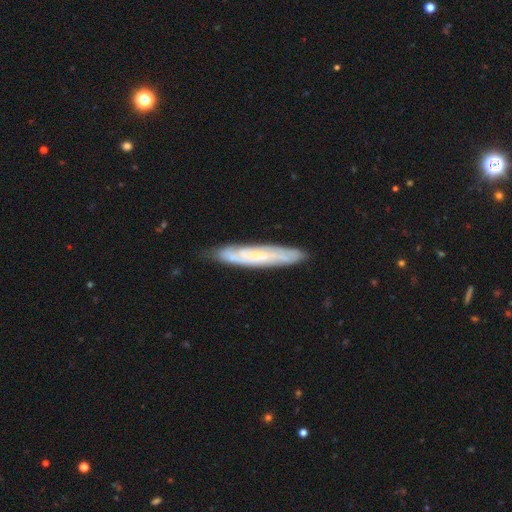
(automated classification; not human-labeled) smooth_or_featured: featured or disk (p=0.58) [alt: smooth p=0.36]
disk_edge_on: yes (p=0.55) [alt: no p=0.45]
merging: none (p=0.81) [alt: minor disturbance p=0.15]